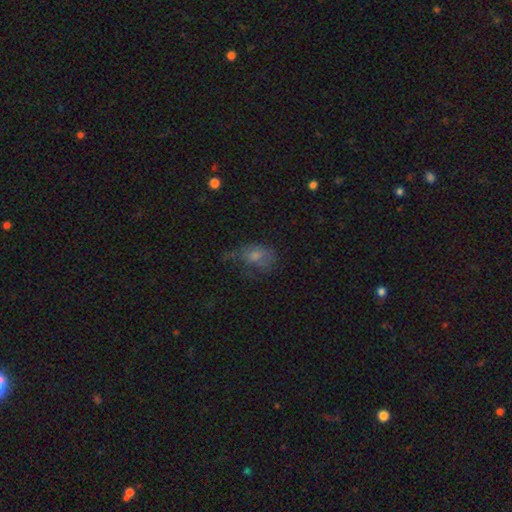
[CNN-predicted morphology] Smooth or featured? smooth (53%)
How rounded? in between (71%)
Merging? none (38%)